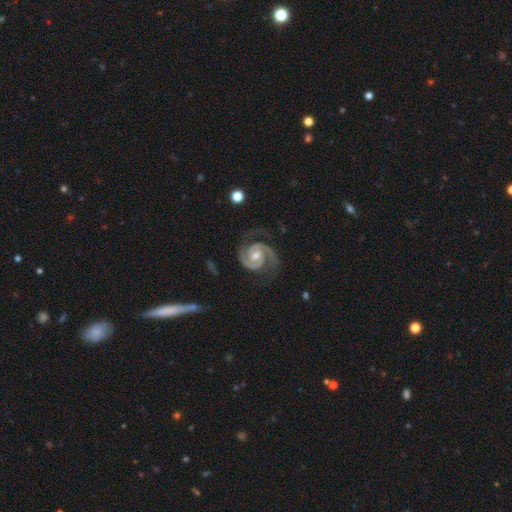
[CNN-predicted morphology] The model was most divided on "spiral winding": tight: 50%, medium: 44%, loose: 6%. More confident: spiral arms — yes (99%); edge-on disk — no (98%); spiral arm count — 2 (94%); smooth or featured — featured or disk (94%); merging — none (77%); bulge size — moderate (61%); bar — no (56%).